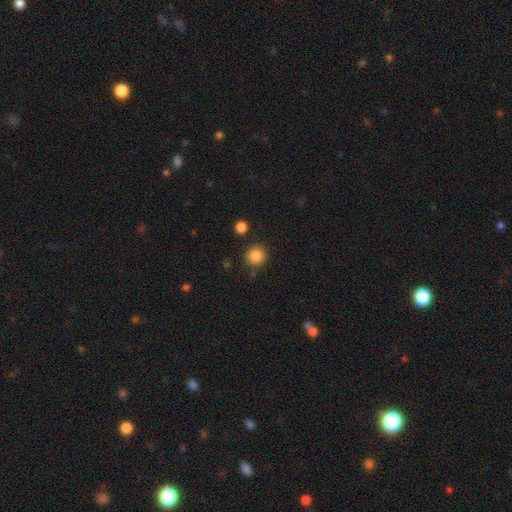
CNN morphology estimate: smooth 86%, star or artifact 10%, featured or disk 4%. Down the decision tree: how rounded — round (93%); merging — none (87%).